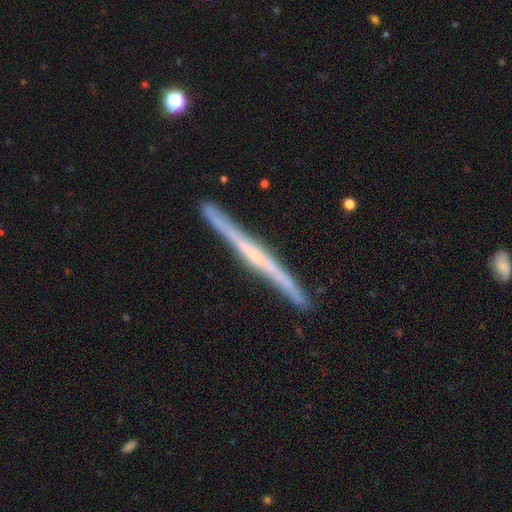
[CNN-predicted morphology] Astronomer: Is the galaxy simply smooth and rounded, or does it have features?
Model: featured or disk — 78%.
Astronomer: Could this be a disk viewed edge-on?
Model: yes — 97%.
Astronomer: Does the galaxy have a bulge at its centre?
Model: none — 51% (runner-up: rounded, 42%).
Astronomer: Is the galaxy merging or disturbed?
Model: none — 89%.